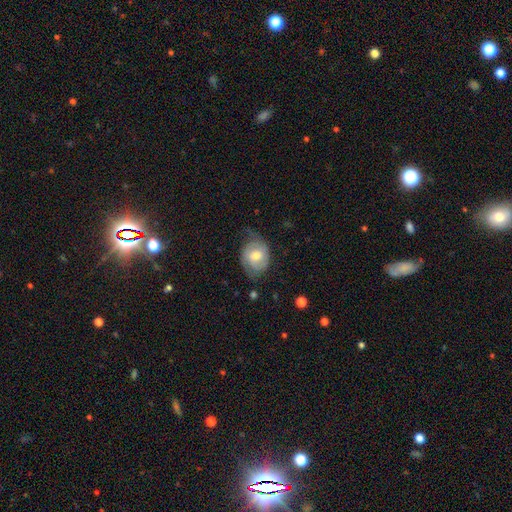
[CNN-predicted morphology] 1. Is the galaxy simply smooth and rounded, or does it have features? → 50% featured or disk, 43% smooth, 7% star or artifact.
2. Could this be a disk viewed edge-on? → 96% no, 4% yes.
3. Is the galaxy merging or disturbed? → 51% none, 31% minor disturbance, 16% major disturbance, 2% merger.